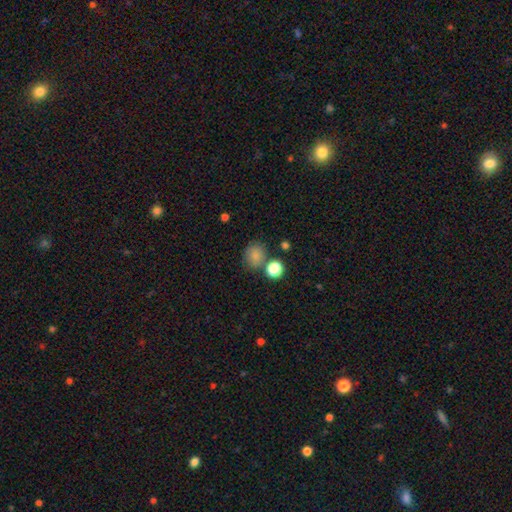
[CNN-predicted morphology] type=smooth (82%); roundness=round (70%); merging=none (69%).